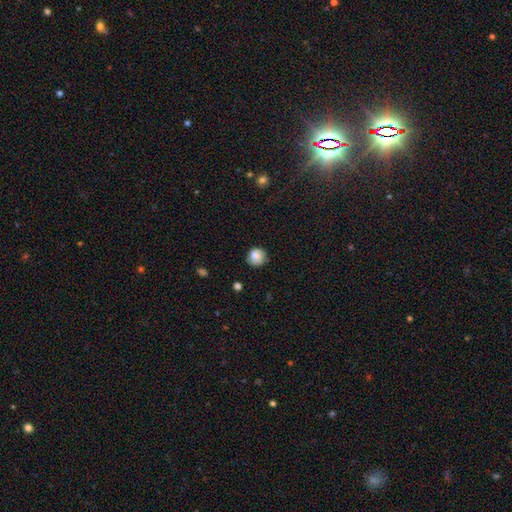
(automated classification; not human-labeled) Smooth or featured: smooth — 82% (featured or disk — 9%)
How rounded: round — 87% (in between — 12%)
Merging: none — 75% (minor disturbance — 19%)